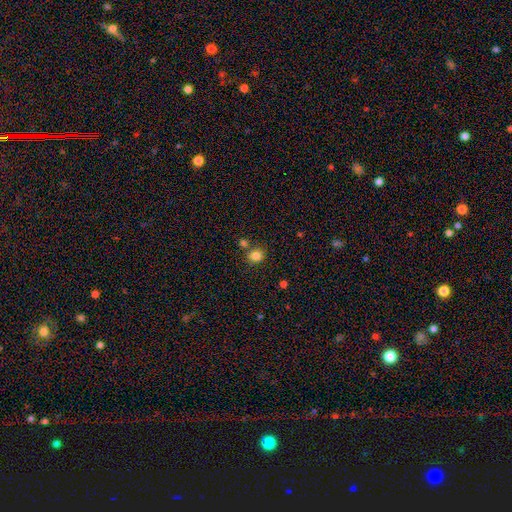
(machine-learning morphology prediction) smooth_or_featured: smooth (p=0.83) [alt: star or artifact p=0.12]
how_rounded: round (p=0.75) [alt: in between p=0.24]
merging: none (p=0.72) [alt: merger p=0.15]